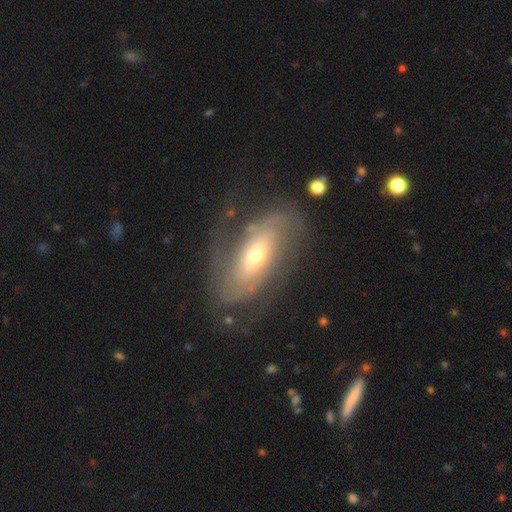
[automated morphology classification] featured or disk 81%, smooth 13%, star or artifact 6%. Down the decision tree: edge-on disk — no (92%); bar — no (49%); spiral arms — yes (91%); spiral arm count — 2 (65%); spiral winding — tight (42%); bulge size — moderate (49%); merging — none (66%).